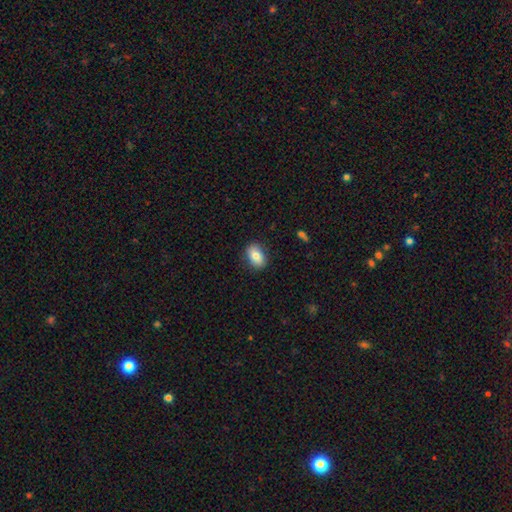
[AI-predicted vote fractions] A smooth galaxy with no disk features (80%) that is in between round and cigar-shaped (85%).

Vote fractions:
- Smooth or featured? smooth: 80% / featured or disk: 12% / star or artifact: 8%
- How rounded? in between: 85% / round: 14% / cigar-shaped: 2%
- Merging? none: 85% / minor disturbance: 11% / major disturbance: 3% / merger: 1%